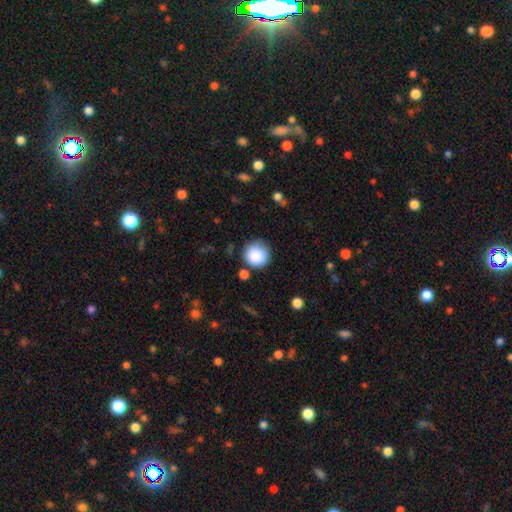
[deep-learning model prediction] Morphology: type=smooth (86%); roundness=round (95%); merging=none (79%).